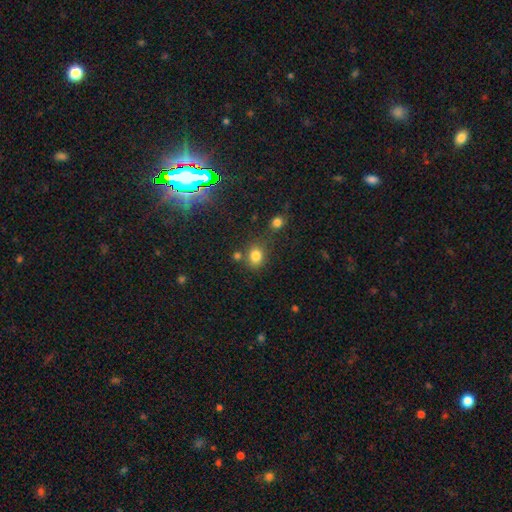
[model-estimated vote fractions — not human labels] Smooth or featured? smooth (80%)
How rounded? round (65%)
Merging? none (68%)